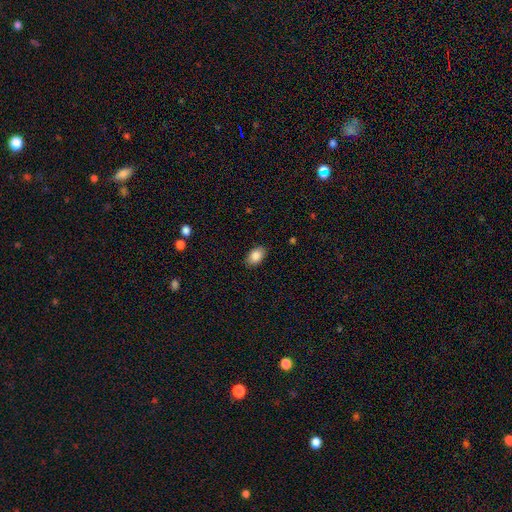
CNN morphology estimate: type=smooth (87%); roundness=in between (88%); merging=none (87%).